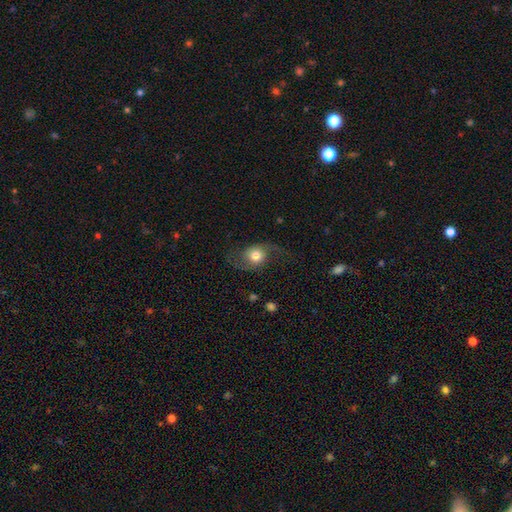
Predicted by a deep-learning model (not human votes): Smooth or featured? Predicted: featured or disk (p=0.60). Edge-on disk? Predicted: no (p=0.95). Bar? Predicted: no (p=0.75). Spiral arms? Predicted: yes (p=0.89). Spiral winding? Predicted: loose (p=0.75). Spiral arm count? Predicted: 2 (p=0.91). Bulge size? Predicted: moderate (p=0.53). Merging? Predicted: none (p=0.65).